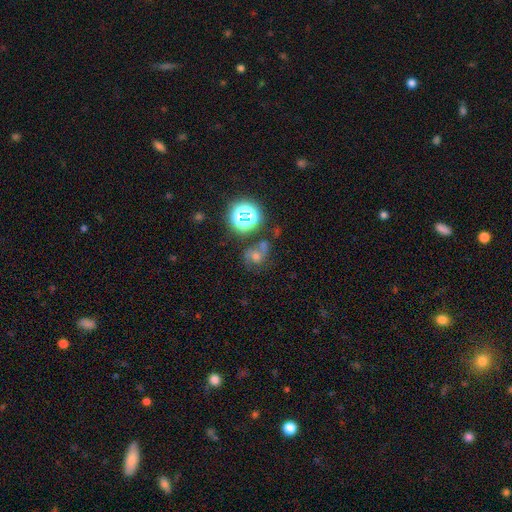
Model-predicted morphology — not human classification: star or artifact 37%, featured or disk 35%, smooth 28%.